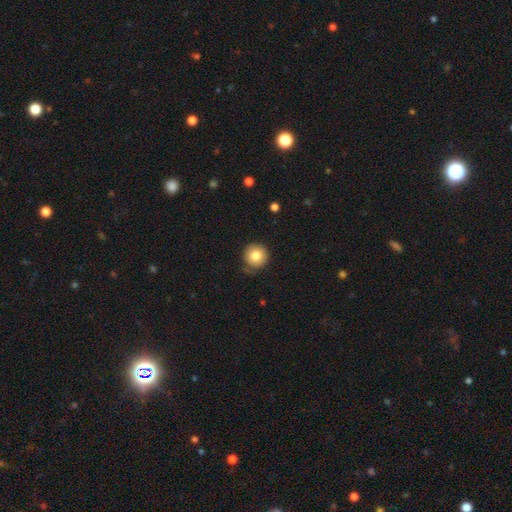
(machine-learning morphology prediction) smooth_or_featured: smooth (p=0.81) [alt: star or artifact p=0.10]
how_rounded: round (p=0.95) [alt: in between p=0.05]
merging: none (p=0.78) [alt: minor disturbance p=0.16]